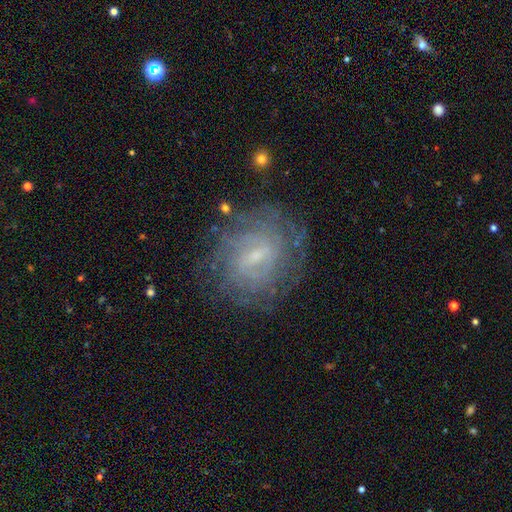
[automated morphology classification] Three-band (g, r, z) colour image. It shows a featured or disk galaxy (75%) with a weak bar (60%), tight (67%) spiral arms (83%) and a small central bulge (68%). Merging: none (76%).